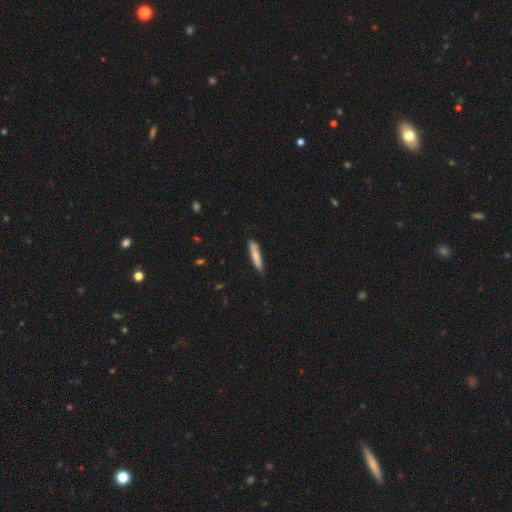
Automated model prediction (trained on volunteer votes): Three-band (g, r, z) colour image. It shows a smooth galaxy with no disk features (80%) that is cigar-shaped (90%). Merging: none (84%).